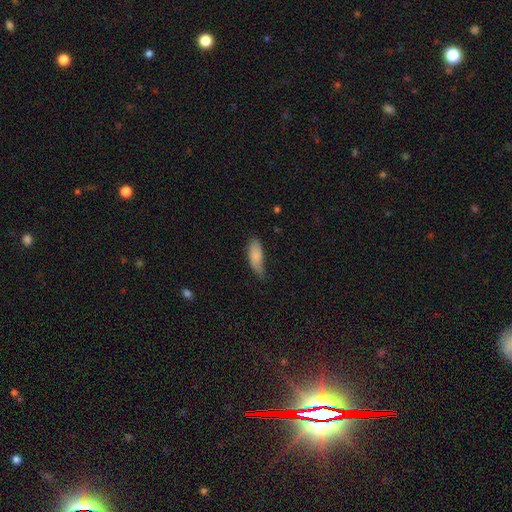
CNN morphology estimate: Smooth or featured: smooth — 82% (featured or disk — 12%)
How rounded: in between — 77% (cigar-shaped — 21%)
Merging: none — 44% (minor disturbance — 43%)